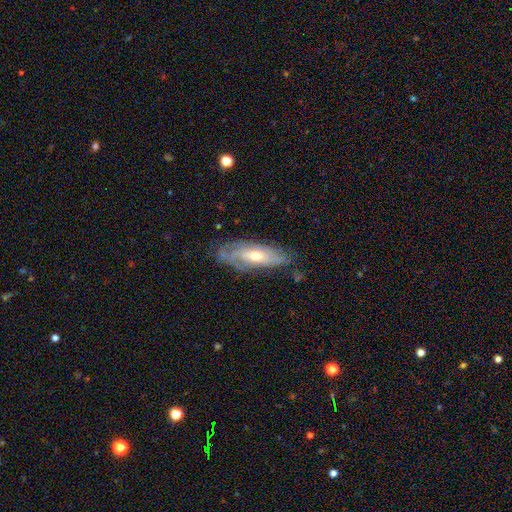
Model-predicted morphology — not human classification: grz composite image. It shows a featured or disk galaxy (65%). Merging: none (66%).